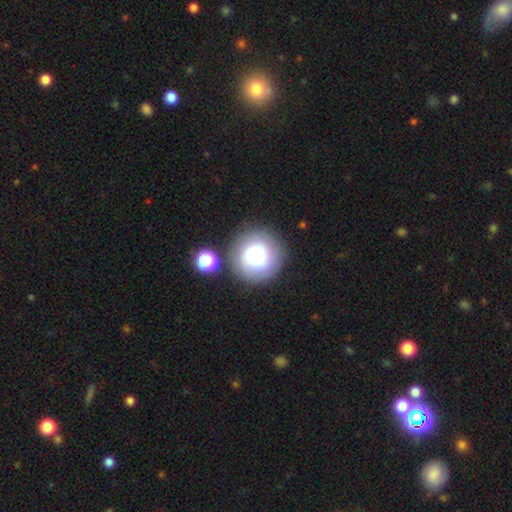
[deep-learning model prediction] Smooth or featured: smooth — 73% (featured or disk — 18%)
How rounded: round — 94% (in between — 5%)
Merging: none — 76% (minor disturbance — 11%)